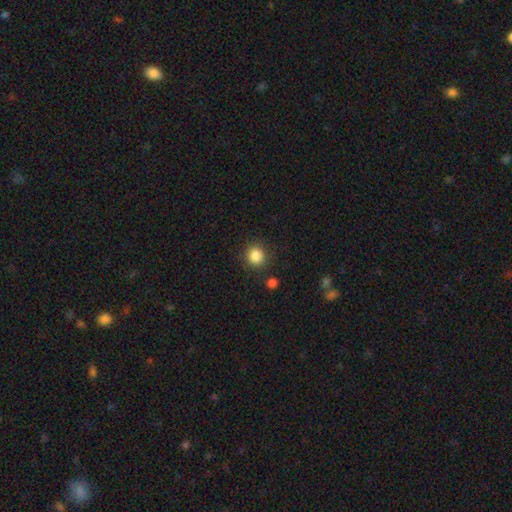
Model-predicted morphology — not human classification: Smooth or featured?
  - smooth: 85% *
  - star or artifact: 11%
  - featured or disk: 4%
How rounded?
  - round: 91% *
  - in between: 8%
  - cigar-shaped: 1%
Merging?
  - none: 87% *
  - minor disturbance: 8%
  - major disturbance: 3%
  - merger: 3%